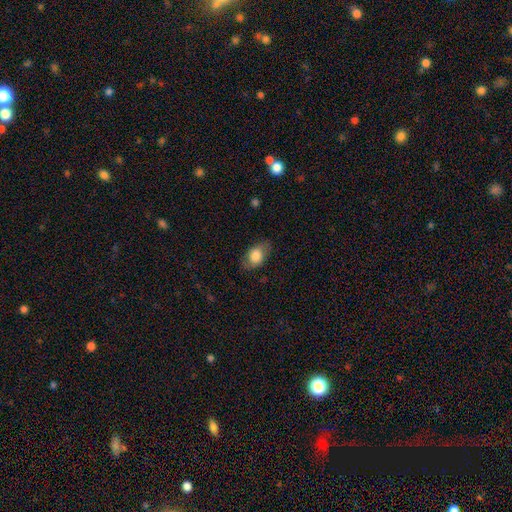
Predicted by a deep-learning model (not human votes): Smooth or featured? smooth (78%)
How rounded? in between (86%)
Merging? none (77%)